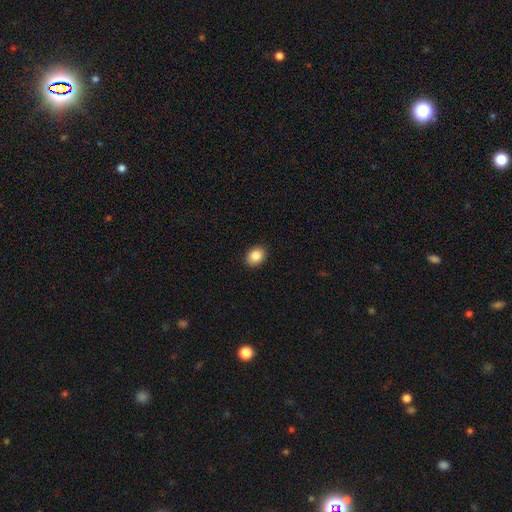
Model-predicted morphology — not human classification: Smooth or featured? Predicted: smooth (p=0.86). How rounded? Predicted: in between (p=0.57). Merging? Predicted: none (p=0.91).